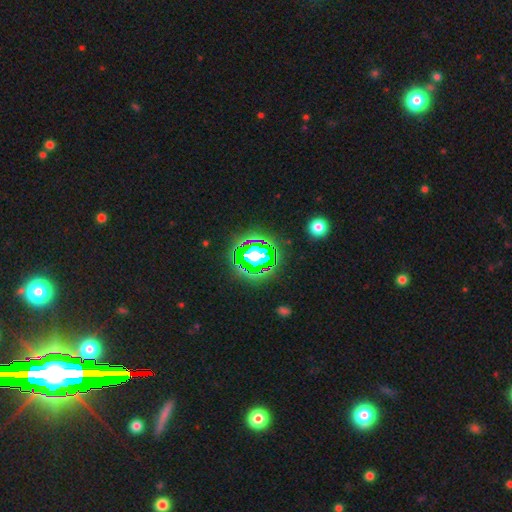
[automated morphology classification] The model was most divided on "smooth or featured": star or artifact: 64%, smooth: 18%, featured or disk: 17%.